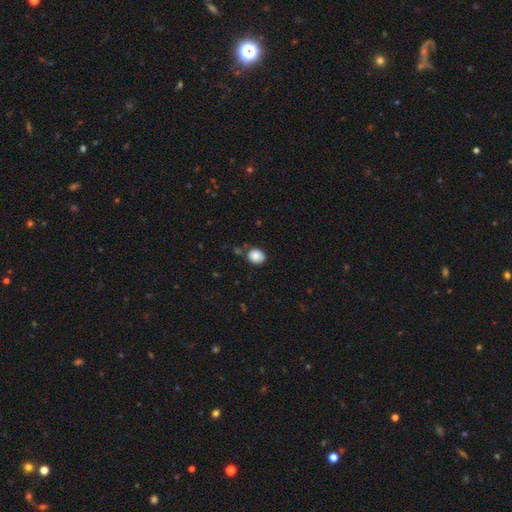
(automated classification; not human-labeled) smooth 86%, star or artifact 9%, featured or disk 5%. Down the decision tree: how rounded — round (60%); merging — none (73%).